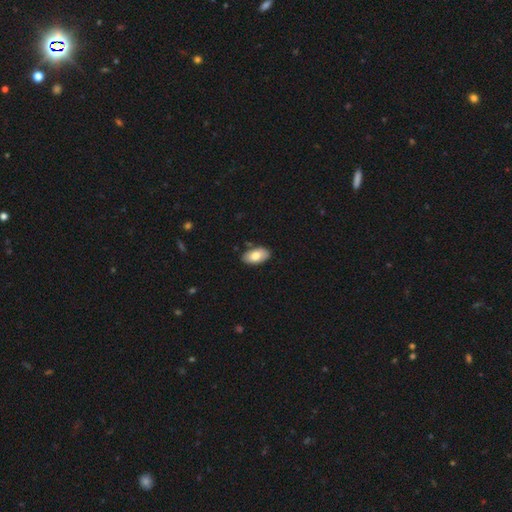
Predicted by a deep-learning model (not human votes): This appears to be a smooth galaxy with no disk features (78%) that is in between round and cigar-shaped (95%). Merging: none (85%).